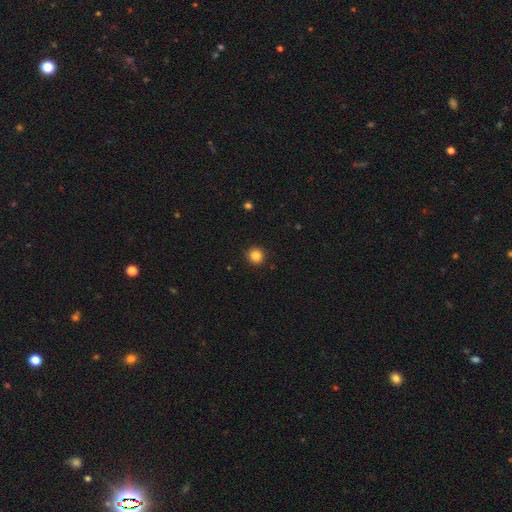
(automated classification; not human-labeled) This appears to be a smooth galaxy with no disk features (84%) that is round (94%). Merging: none (91%).